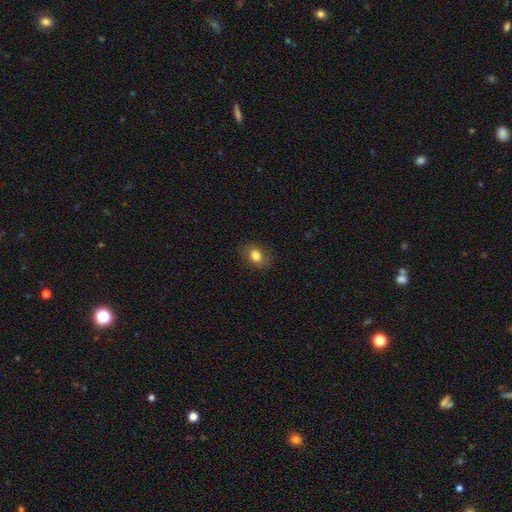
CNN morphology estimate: A smooth galaxy with no disk features (81%) that is in between round and cigar-shaped (61%). Merging: none (84%).